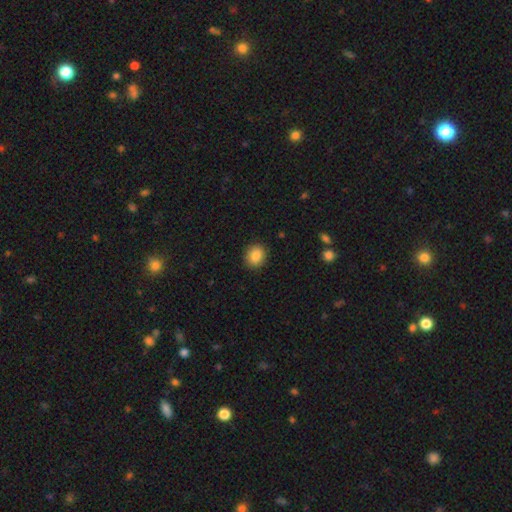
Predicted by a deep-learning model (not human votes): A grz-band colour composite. It shows a smooth galaxy with no disk features (85%) that is round (73%). Merging: none (91%).